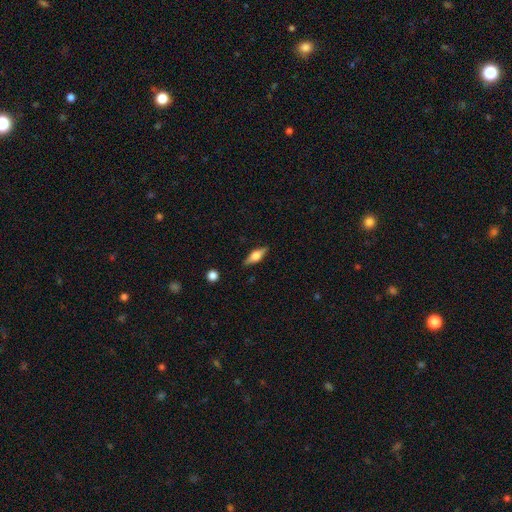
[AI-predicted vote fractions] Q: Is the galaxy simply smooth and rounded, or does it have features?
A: featured or disk — 51%.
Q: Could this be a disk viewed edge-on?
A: yes — 93%.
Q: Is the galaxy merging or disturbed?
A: none — 87%.